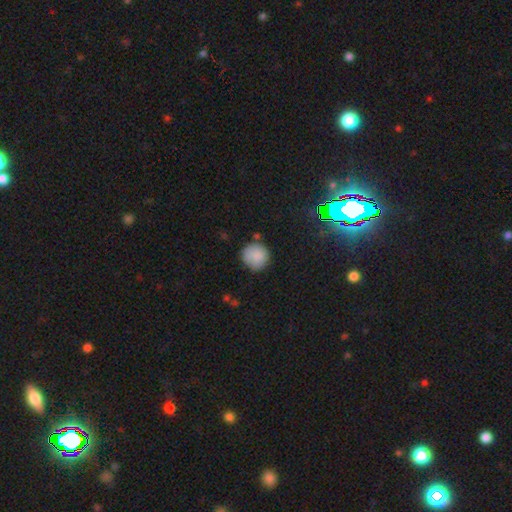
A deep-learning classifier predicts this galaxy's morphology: smooth 85%, star or artifact 9%, featured or disk 6%. Down the decision tree: how rounded — round (93%); merging — none (75%).